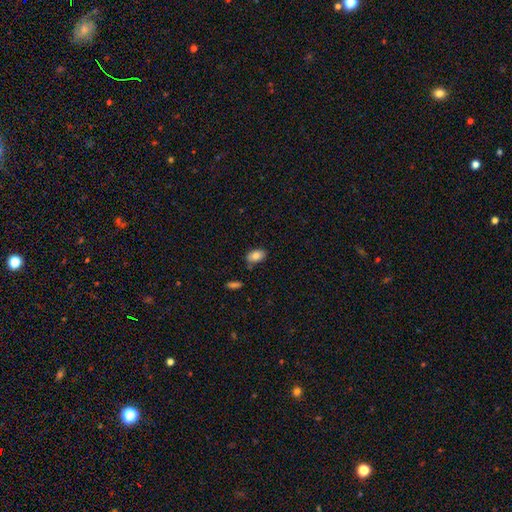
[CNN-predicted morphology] Q: Smooth or featured?
A: smooth (80%); runner-up: featured or disk (12%)
Q: How rounded?
A: in between (90%); runner-up: round (8%)
Q: Merging?
A: none (77%); runner-up: minor disturbance (15%)